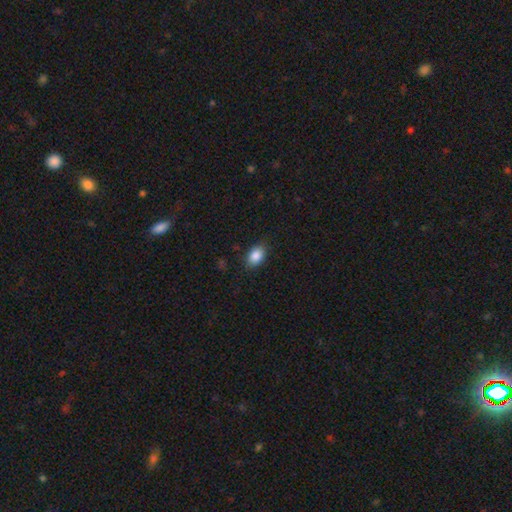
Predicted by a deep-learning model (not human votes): smooth 88%, star or artifact 8%, featured or disk 4%. Down the decision tree: how rounded — in between (82%); merging — none (84%).